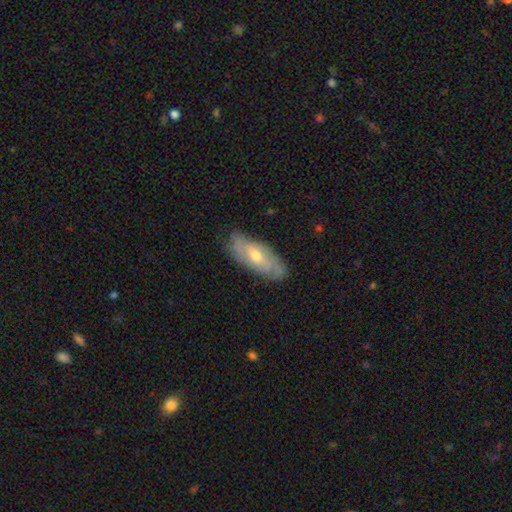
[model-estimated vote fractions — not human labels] Overall: featured or disk (57%; smooth 37%). Edge-on disk: no (80%). Merging: none (76%).